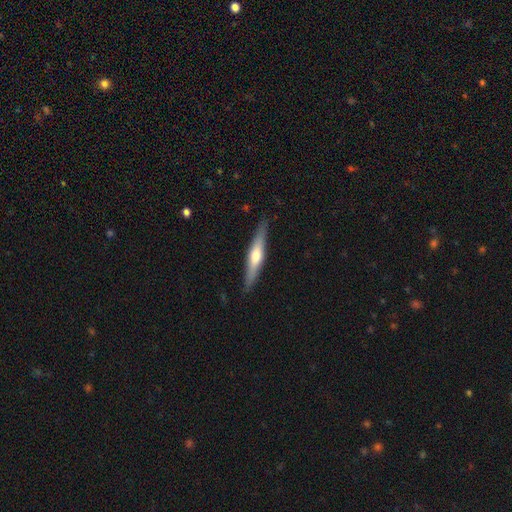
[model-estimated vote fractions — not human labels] featured or disk 55%, smooth 40%, star or artifact 5%. Down the decision tree: edge-on disk — yes (95%); edge-on bulge — rounded (85%); merging — none (88%).